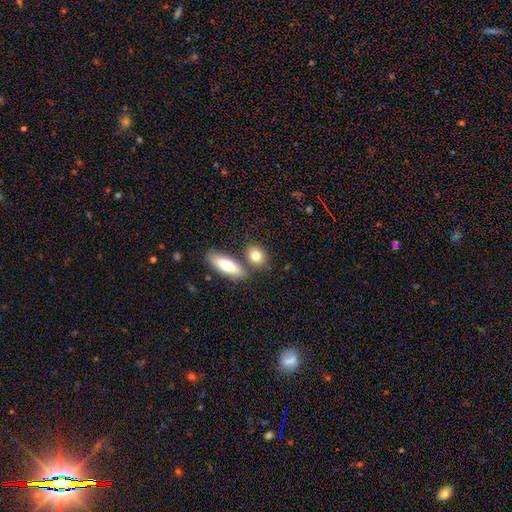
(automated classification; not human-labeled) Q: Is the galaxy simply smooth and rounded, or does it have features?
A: smooth — 79%.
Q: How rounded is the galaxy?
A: in between — 57%.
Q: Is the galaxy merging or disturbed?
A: none — 65%.